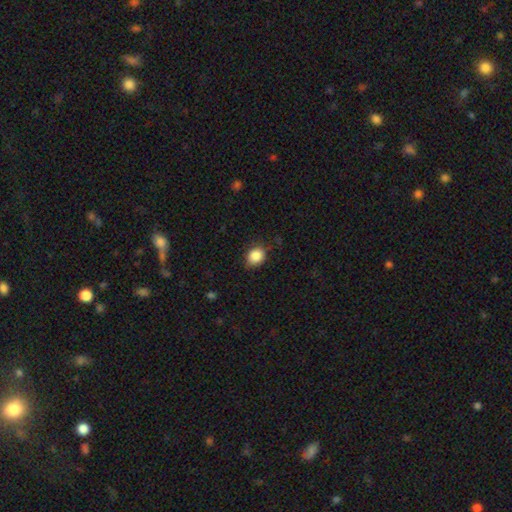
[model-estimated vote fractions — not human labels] This is clearly a smooth galaxy (87%). How rounded: possibly round (58%). Merging: likely none (78%).